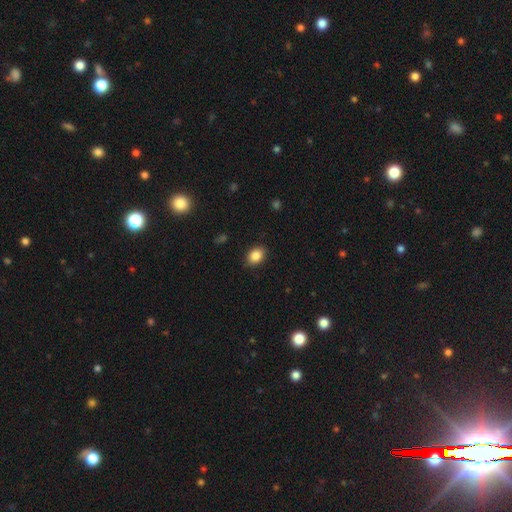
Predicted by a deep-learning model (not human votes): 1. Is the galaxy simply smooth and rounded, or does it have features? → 87% smooth, 8% star or artifact, 5% featured or disk.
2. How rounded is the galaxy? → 75% in between, 24% round, 1% cigar-shaped.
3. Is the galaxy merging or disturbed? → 88% none, 9% minor disturbance, 2% major disturbance, 1% merger.